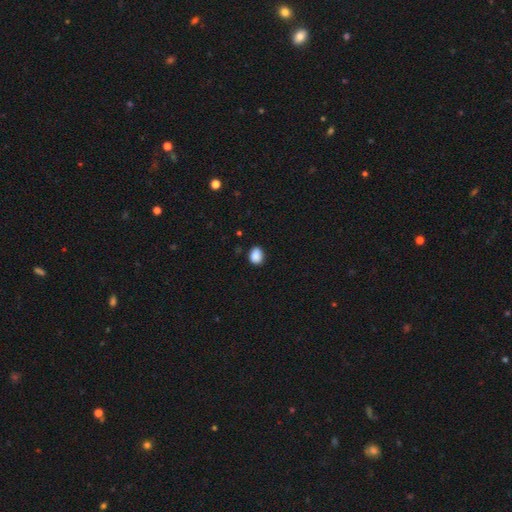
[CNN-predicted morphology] Smooth or featured? Predicted: smooth (p=0.88). How rounded? Predicted: in between (p=0.59). Merging? Predicted: none (p=0.82).